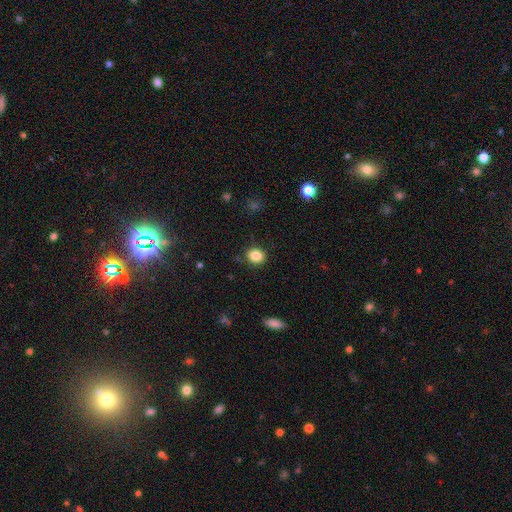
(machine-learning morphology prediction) Smooth or featured? Predicted: smooth (p=0.85). How rounded? Predicted: round (p=0.71). Merging? Predicted: none (p=0.87).